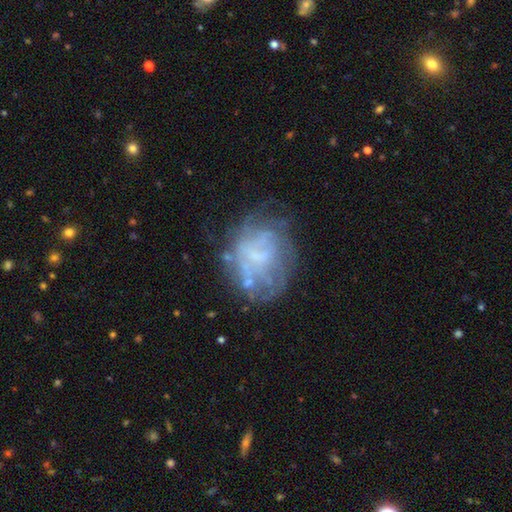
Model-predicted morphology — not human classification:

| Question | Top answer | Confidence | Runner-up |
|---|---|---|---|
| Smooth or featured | featured or disk | 61% | smooth (26%) |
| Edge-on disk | no | 98% | yes (2%) |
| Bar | no | 67% | weak (26%) |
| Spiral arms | no | 65% | yes (35%) |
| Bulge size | none | 54% | small (27%) |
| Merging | none | 53% | minor disturbance (22%) |